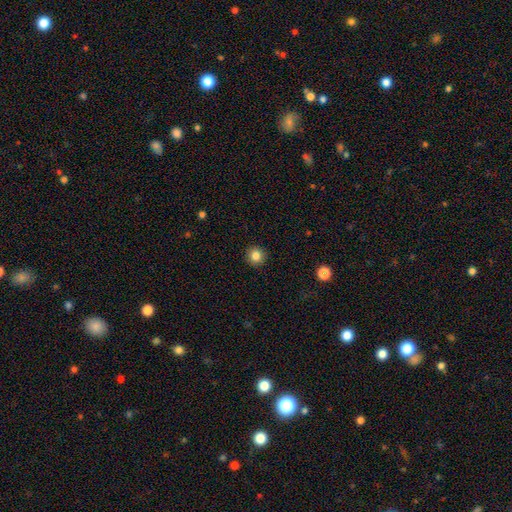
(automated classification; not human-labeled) Smooth or featured? smooth (83%)
How rounded? round (93%)
Merging? none (92%)